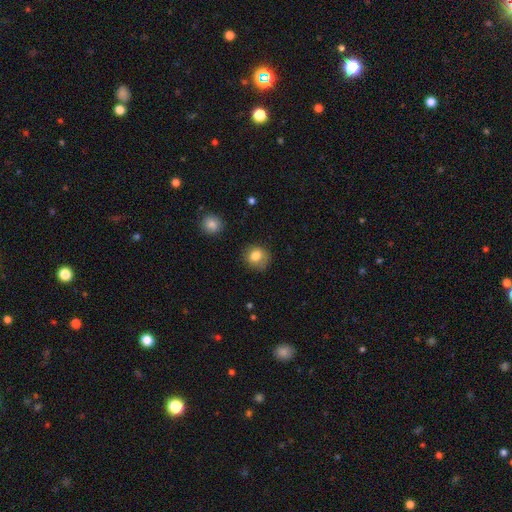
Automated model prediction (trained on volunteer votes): A smooth galaxy with no disk features (82%) that is round (80%).

Vote fractions:
- Smooth or featured? smooth: 82% / star or artifact: 10% / featured or disk: 8%
- How rounded? round: 80% / in between: 19% / cigar-shaped: 1%
- Merging? none: 74% / minor disturbance: 19% / major disturbance: 5% / merger: 2%